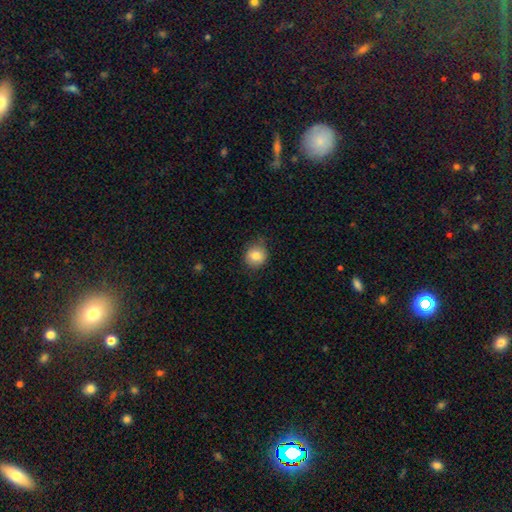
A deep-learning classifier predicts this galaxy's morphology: Smooth or featured? Predicted: smooth (p=0.82). How rounded? Predicted: round (p=0.80). Merging? Predicted: none (p=0.74).